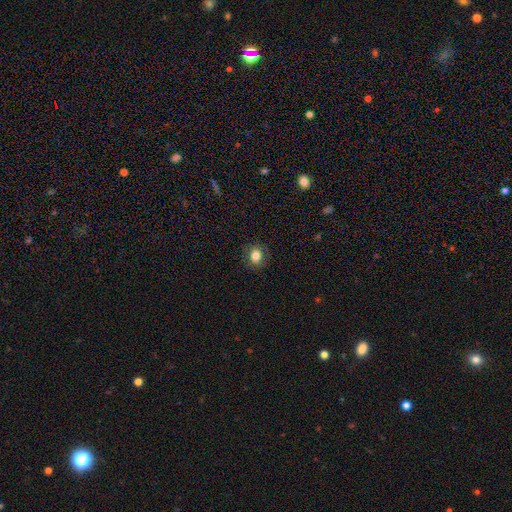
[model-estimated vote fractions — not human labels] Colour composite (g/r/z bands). It shows a smooth galaxy with no disk features (79%) that is round (65%). Merging: none (86%).